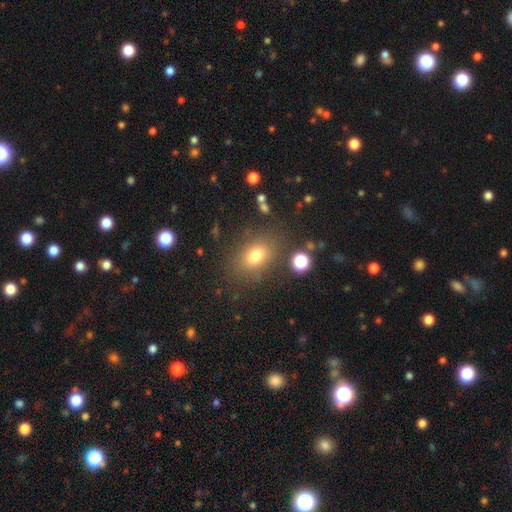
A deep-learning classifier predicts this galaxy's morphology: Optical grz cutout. It shows a smooth galaxy with no disk features (75%) that is in between round and cigar-shaped (72%). Merging: none (78%).